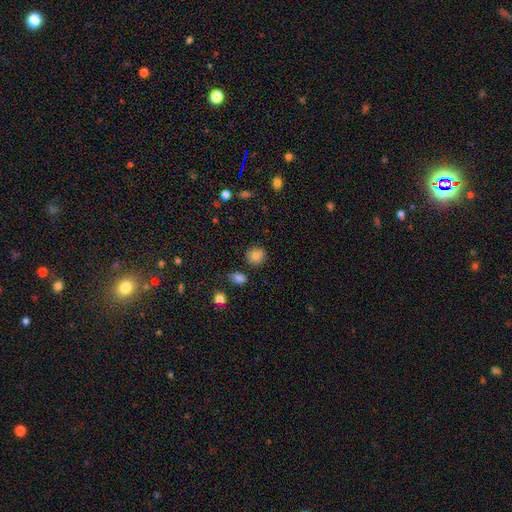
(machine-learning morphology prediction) A smooth galaxy with no disk features (81%) that is round (91%). Merging: none (86%).